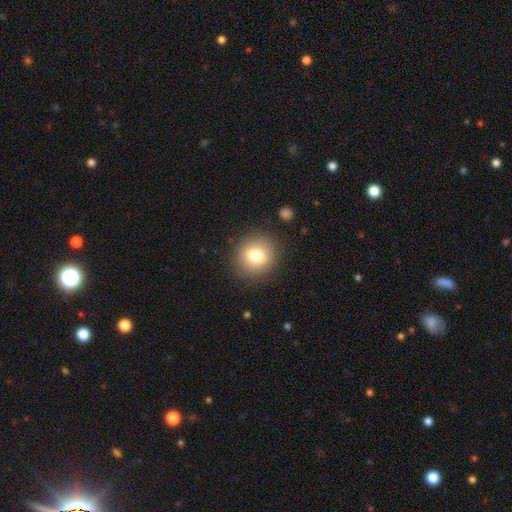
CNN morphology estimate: Q: Smooth or featured?
A: smooth (78%); runner-up: featured or disk (12%)
Q: How rounded?
A: round (85%); runner-up: in between (14%)
Q: Merging?
A: none (87%); runner-up: minor disturbance (8%)